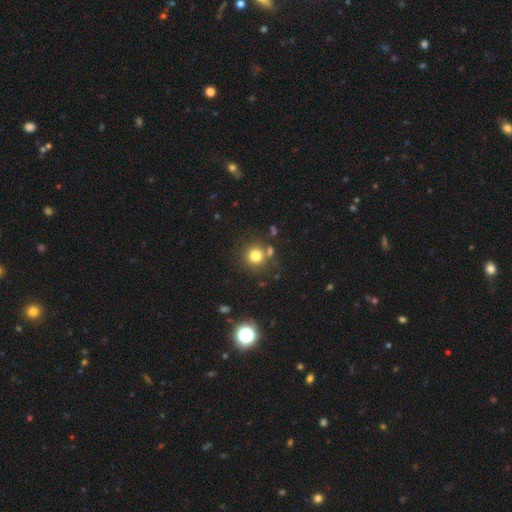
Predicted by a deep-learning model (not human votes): Smooth or featured: smooth — 78% (star or artifact — 14%)
How rounded: round — 92% (in between — 7%)
Merging: none — 76% (merger — 11%)